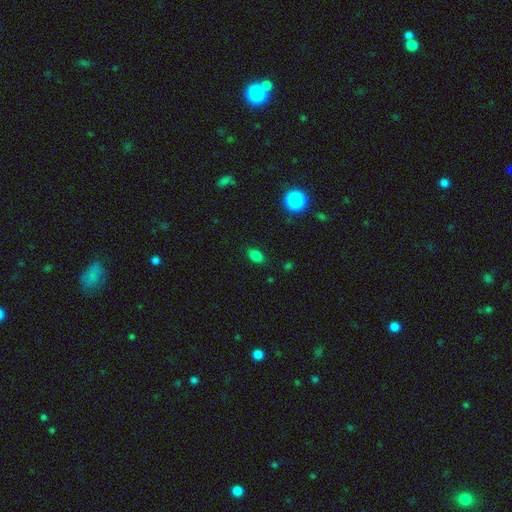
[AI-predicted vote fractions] Overall: smooth (81%). How rounded: in between (83%). Merging: none (85%).